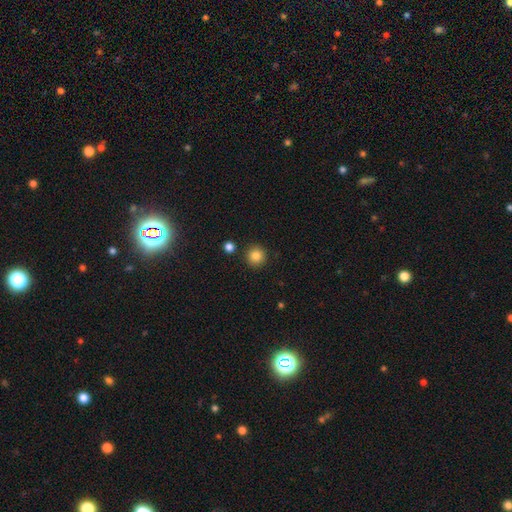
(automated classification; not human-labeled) smooth-or-featured: smooth: 85% | star or artifact: 10% | featured or disk: 5%
  how-rounded: round: 94% | in between: 5% | cigar-shaped: 1%
  merging: none: 89% | minor disturbance: 6% | merger: 3% | major disturbance: 2%